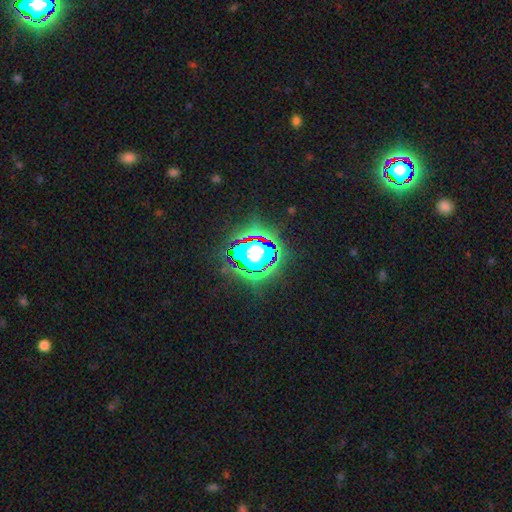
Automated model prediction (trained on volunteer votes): A star or artifact, not a galaxy (81%).

Vote fractions:
- Smooth or featured? star or artifact: 81% / smooth: 11% / featured or disk: 8%